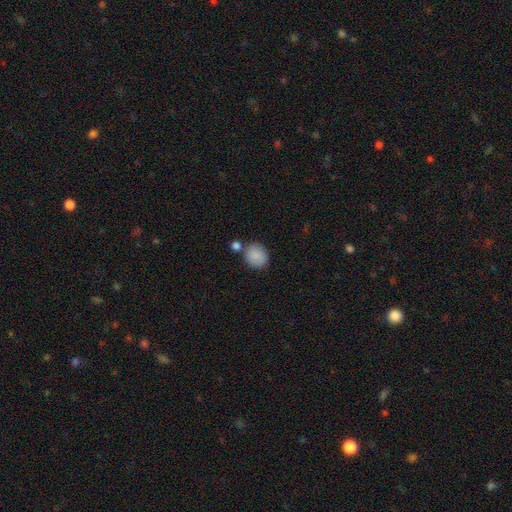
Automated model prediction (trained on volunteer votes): Overall: smooth (87%). How rounded: round (71%). Merging: none (68%).